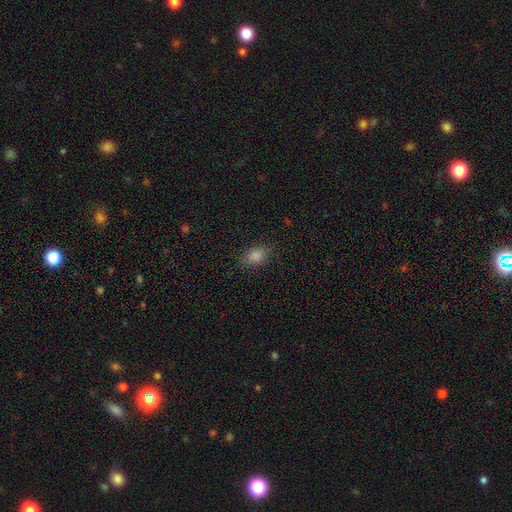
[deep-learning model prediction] smooth_or_featured: smooth (p=0.85) [alt: star or artifact p=0.10]
how_rounded: in between (p=0.81) [alt: round p=0.17]
merging: none (p=0.84) [alt: minor disturbance p=0.12]